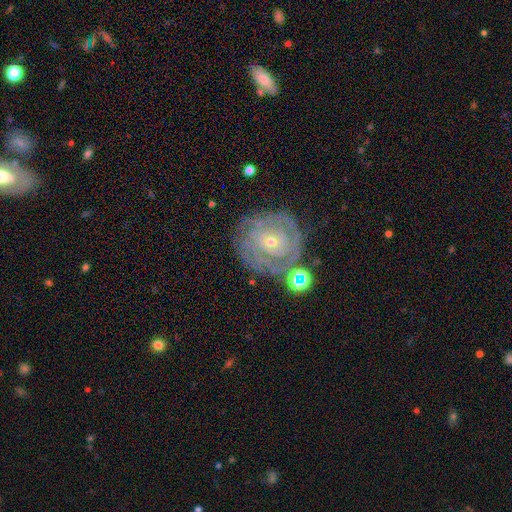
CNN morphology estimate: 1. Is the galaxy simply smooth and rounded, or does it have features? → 71% featured or disk, 16% smooth, 13% star or artifact.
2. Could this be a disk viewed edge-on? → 96% no, 4% yes.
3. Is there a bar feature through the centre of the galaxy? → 53% no, 35% weak, 12% strong.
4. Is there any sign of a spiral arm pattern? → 86% yes, 14% no.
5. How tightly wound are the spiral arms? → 78% tight, 17% medium, 4% loose.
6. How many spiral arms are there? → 38% can't tell, 31% 2, 15% 3, 6% 4, 5% 1, 5% more than 4.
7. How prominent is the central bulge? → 56% small, 40% moderate, 1% large, 1% none, 1% dominant.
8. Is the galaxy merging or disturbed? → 74% none, 13% minor disturbance, 9% merger, 5% major disturbance.